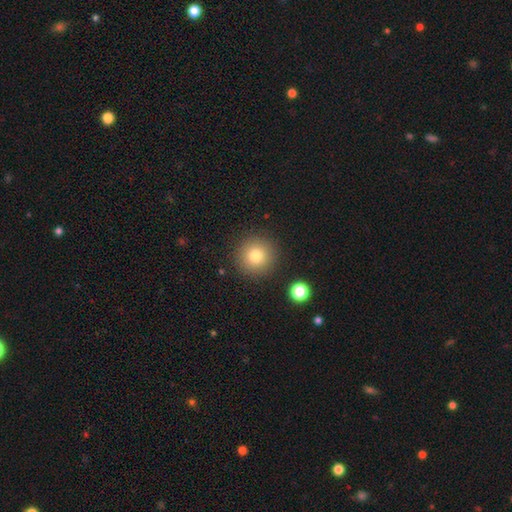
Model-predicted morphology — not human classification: This appears to be a smooth galaxy with no disk features (78%) that is round (96%). Merging: none (89%).